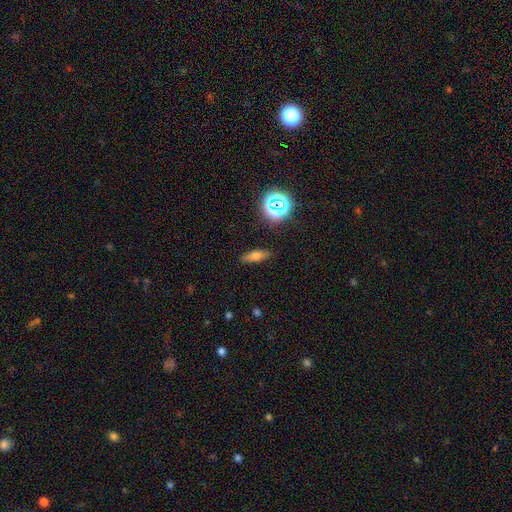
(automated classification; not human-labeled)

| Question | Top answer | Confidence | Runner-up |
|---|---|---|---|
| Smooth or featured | smooth | 65% | featured or disk (21%) |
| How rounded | in between | 49% | cigar-shaped (45%) |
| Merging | none | 86% | minor disturbance (10%) |